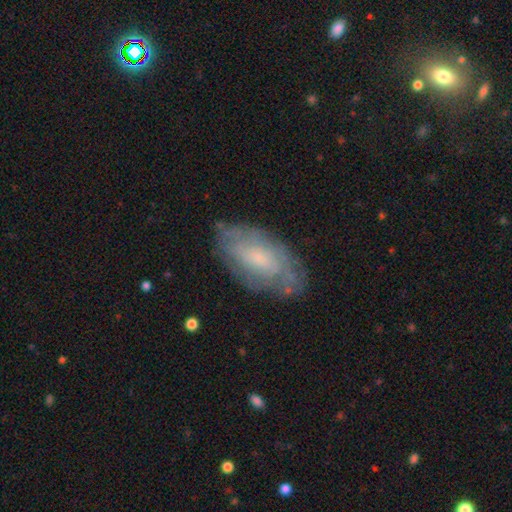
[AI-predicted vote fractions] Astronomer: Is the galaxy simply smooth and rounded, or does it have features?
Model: featured or disk — 55% (runner-up: smooth, 37%).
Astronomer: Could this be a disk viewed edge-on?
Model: no — 90%.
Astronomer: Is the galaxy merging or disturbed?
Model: none — 74%.